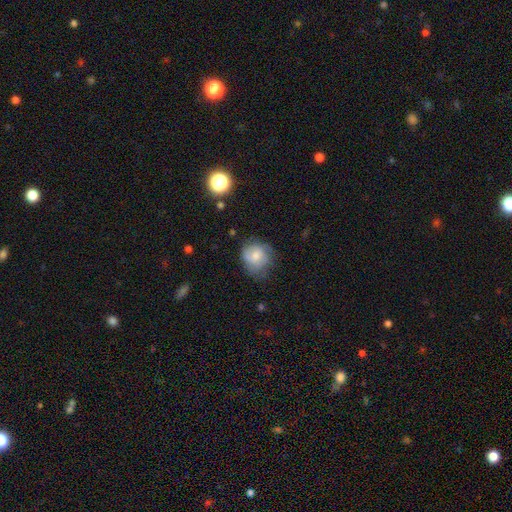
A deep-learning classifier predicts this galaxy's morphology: type=smooth (63%); roundness=round (78%); merging=none (57%).